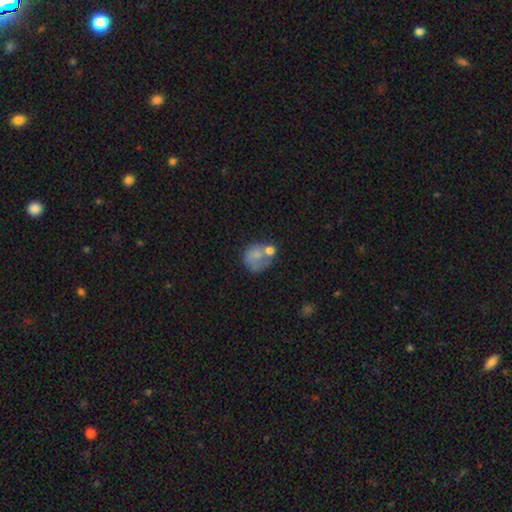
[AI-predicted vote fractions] Smooth or featured? Predicted: smooth (p=0.63). How rounded? Predicted: round (p=0.64). Merging? Predicted: none (p=0.32).